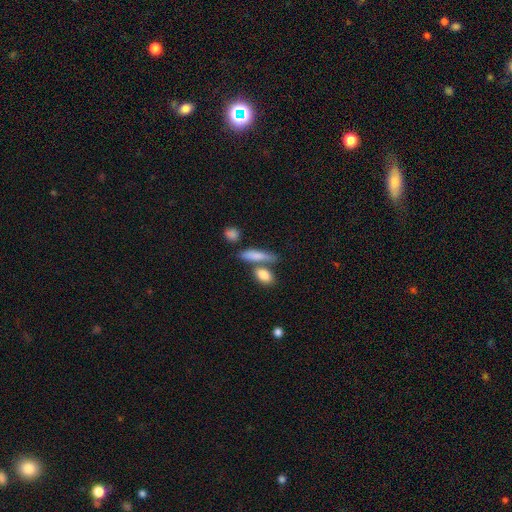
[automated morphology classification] Overall: smooth (79%). How rounded: cigar-shaped (50%; in between 44%). Merging: none (57%; merger 25%).